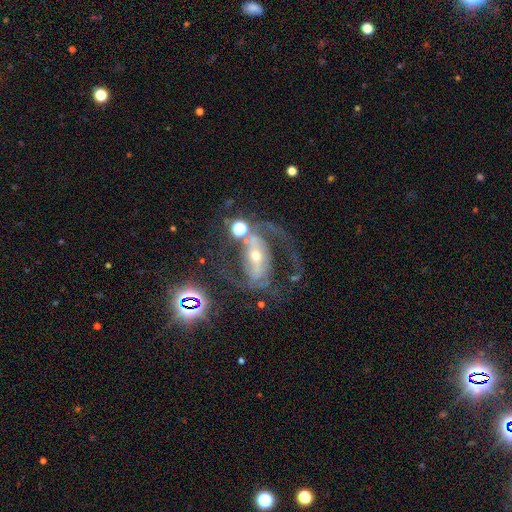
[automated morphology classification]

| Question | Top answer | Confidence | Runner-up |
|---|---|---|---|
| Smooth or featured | featured or disk | 84% | star or artifact (10%) |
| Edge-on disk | no | 96% | yes (4%) |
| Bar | strong | 55% | weak (28%) |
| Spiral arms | yes | 93% | no (7%) |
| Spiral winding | medium | 54% | loose (28%) |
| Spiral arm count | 2 | 83% | can't tell (5%) |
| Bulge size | small | 52% | moderate (43%) |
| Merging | none | 51% | major disturbance (24%) |